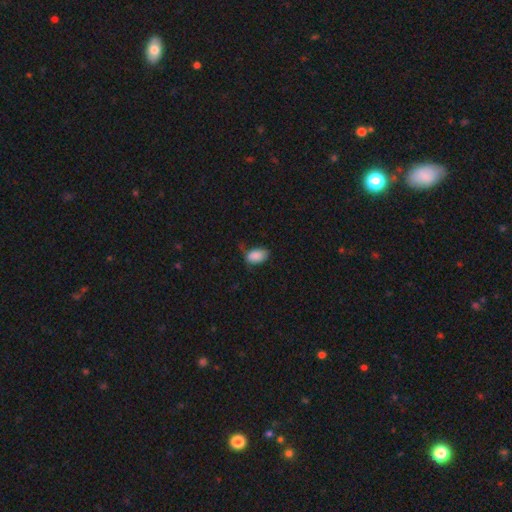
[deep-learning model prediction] The model was most divided on "merging": none: 53%, minor disturbance: 33%, major disturbance: 10%, merger: 4%. More confident: how rounded — in between (92%); smooth or featured — smooth (87%).